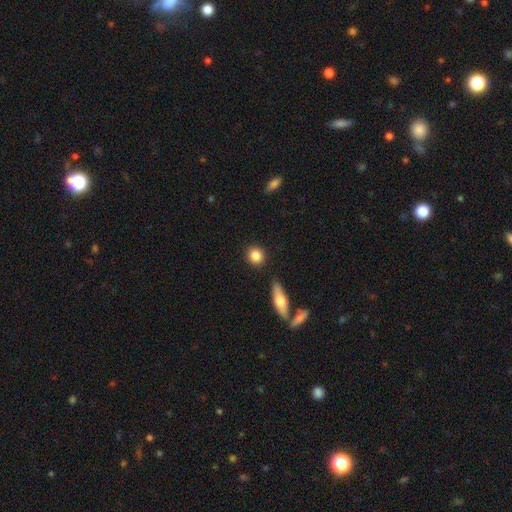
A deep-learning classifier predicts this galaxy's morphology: Smooth or featured: smooth — 84% (star or artifact — 8%)
How rounded: round — 80% (in between — 18%)
Merging: none — 87% (minor disturbance — 7%)